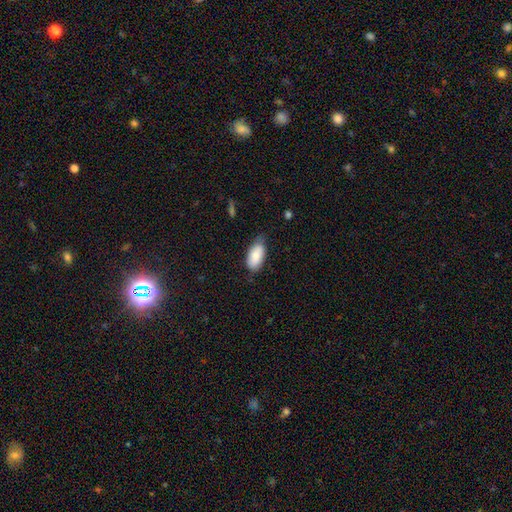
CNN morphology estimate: Smooth or featured? Predicted: smooth (p=0.83). How rounded? Predicted: in between (p=0.94). Merging? Predicted: none (p=0.62).